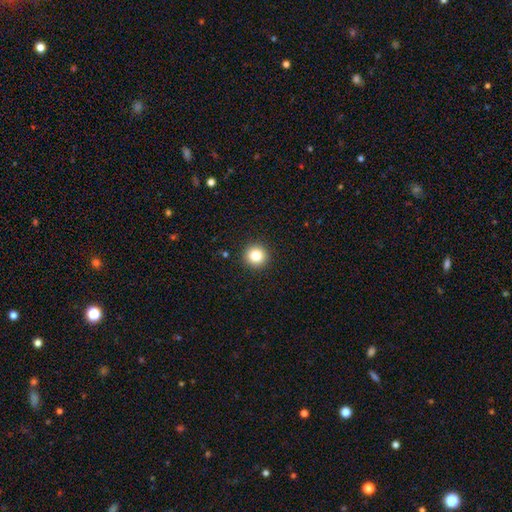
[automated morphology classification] Smooth or featured: smooth — 83% (star or artifact — 11%)
How rounded: round — 95% (in between — 4%)
Merging: none — 93% (minor disturbance — 5%)